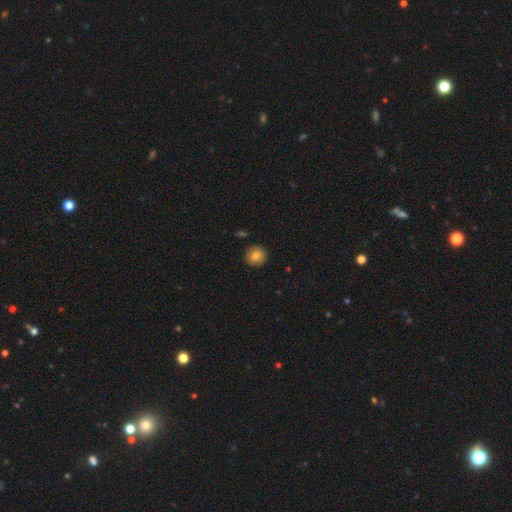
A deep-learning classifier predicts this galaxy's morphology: type=smooth (79%); roundness=round (92%); merging=none (90%).